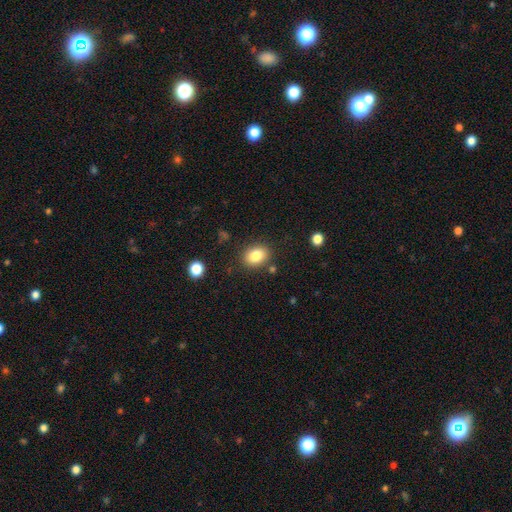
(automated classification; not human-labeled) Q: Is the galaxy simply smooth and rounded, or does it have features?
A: smooth — 83%.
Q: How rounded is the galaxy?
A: in between — 60%.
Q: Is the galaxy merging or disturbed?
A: none — 84%.